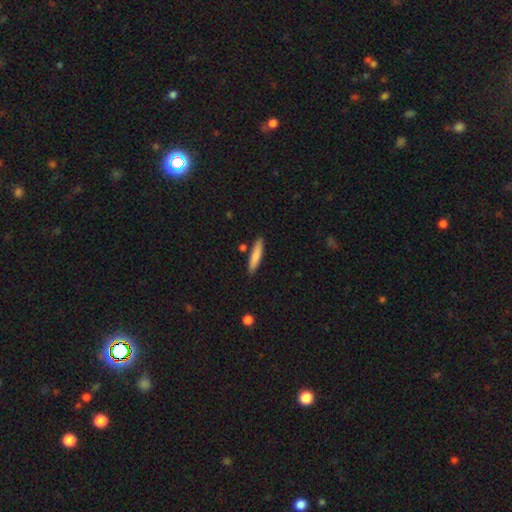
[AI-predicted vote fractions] Overall: smooth (80%). How rounded: cigar-shaped (86%). Merging: none (87%).